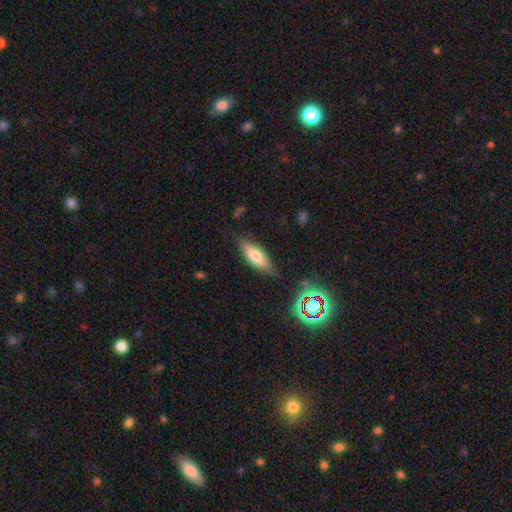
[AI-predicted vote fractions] Smooth or featured? smooth (66%)
How rounded? in between (55%)
Merging? none (80%)